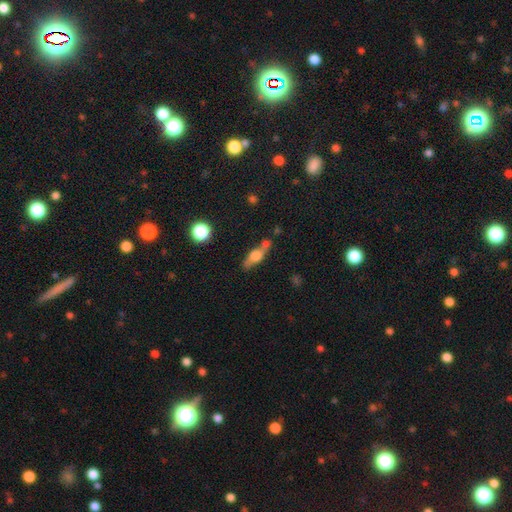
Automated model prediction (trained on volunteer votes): Q: Smooth or featured?
A: smooth (48%); runner-up: featured or disk (43%)
Q: Merging?
A: none (57%); runner-up: merger (19%)